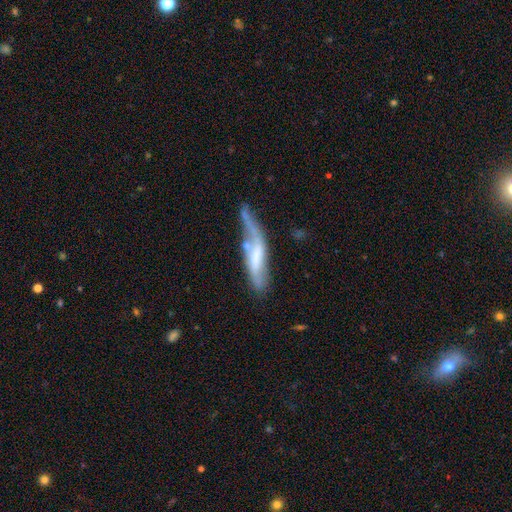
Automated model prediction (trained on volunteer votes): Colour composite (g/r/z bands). It shows a featured or disk galaxy (57%). Merging: major disturbance (28%).